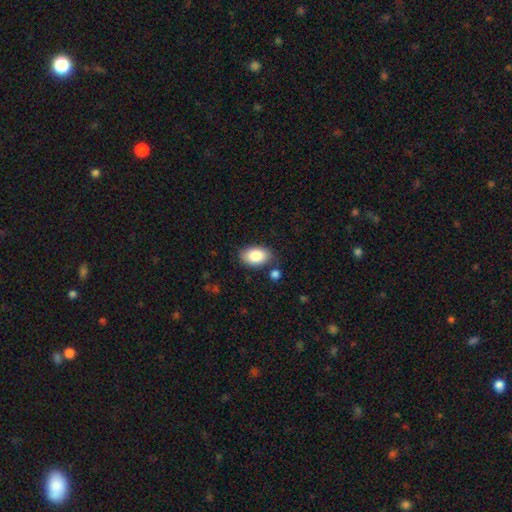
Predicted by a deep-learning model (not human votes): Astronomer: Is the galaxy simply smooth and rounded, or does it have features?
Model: smooth — 85%.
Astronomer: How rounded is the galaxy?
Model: in between — 89%.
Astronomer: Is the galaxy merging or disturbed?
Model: none — 78%.